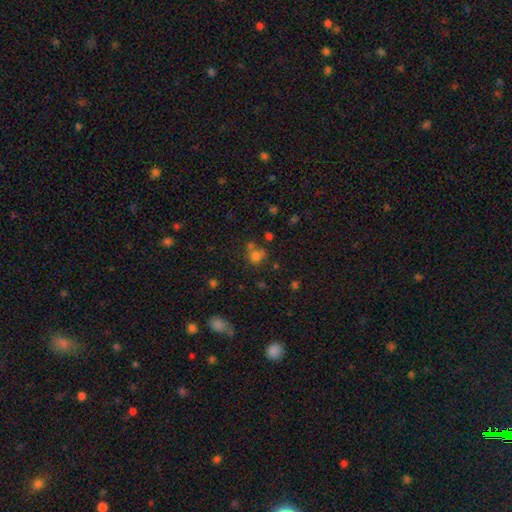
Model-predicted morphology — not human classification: This appears to be a smooth galaxy with no disk features (70%) that is round (74%). Merging: none (51%).